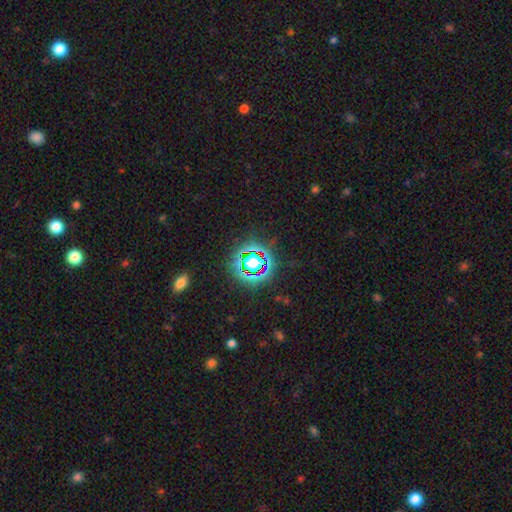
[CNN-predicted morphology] This appears to be a star or artifact, not a galaxy (75%).